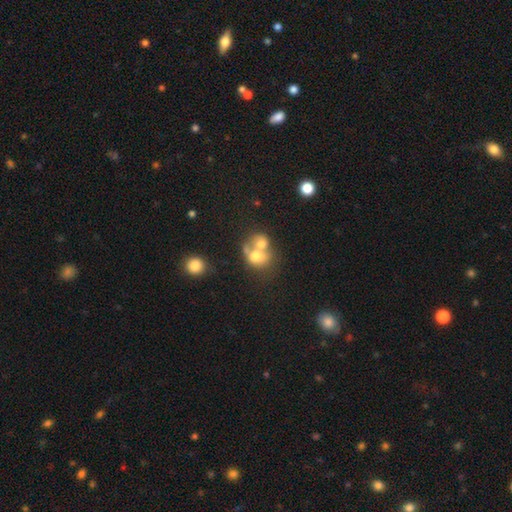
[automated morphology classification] smooth-or-featured: smooth: 65% | featured or disk: 25% | star or artifact: 10%
  how-rounded: round: 61% | in between: 38% | cigar-shaped: 1%
  merging: merger: 68% | none: 19% | minor disturbance: 7% | major disturbance: 5%